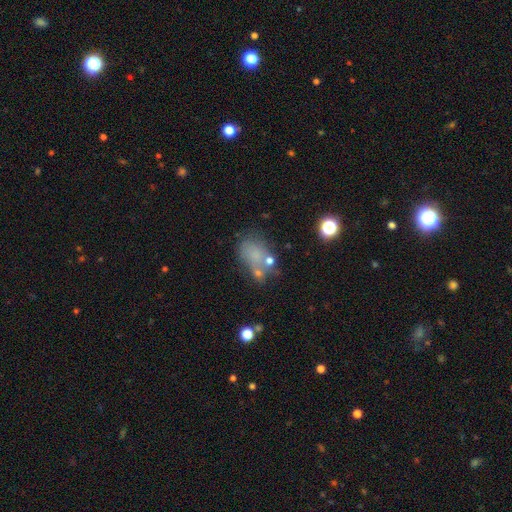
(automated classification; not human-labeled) Q: Smooth or featured?
A: smooth (57%); runner-up: featured or disk (23%)
Q: How rounded?
A: in between (71%); runner-up: round (27%)
Q: Merging?
A: none (41%); runner-up: minor disturbance (22%)